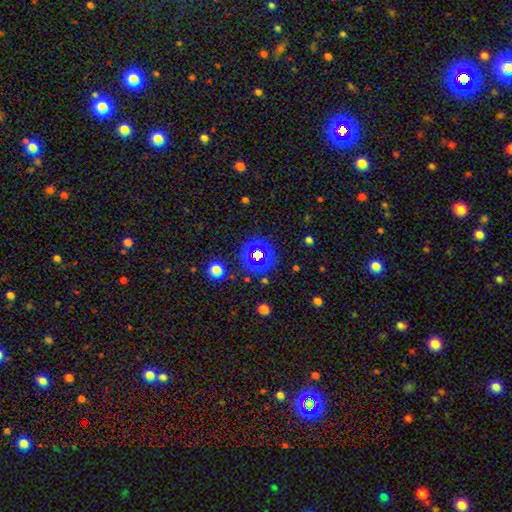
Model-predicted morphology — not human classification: Overall: star or artifact (57%; smooth 31%).